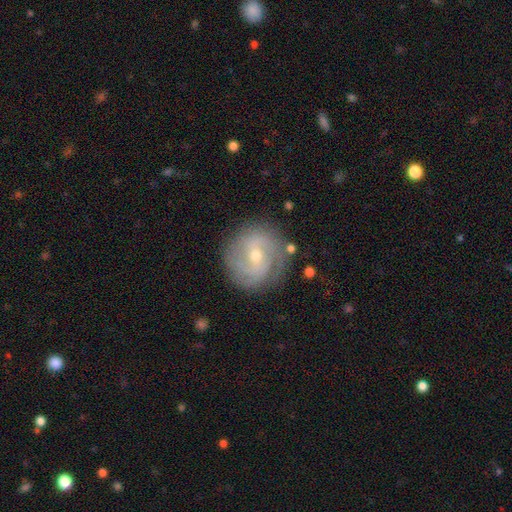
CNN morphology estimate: Q: Smooth or featured?
A: featured or disk (77%); runner-up: smooth (16%)
Q: Edge-on disk?
A: no (97%); runner-up: yes (3%)
Q: Bar?
A: weak (48%); runner-up: no (38%)
Q: Spiral arms?
A: yes (92%); runner-up: no (8%)
Q: Spiral winding?
A: tight (50%); runner-up: medium (37%)
Q: Spiral arm count?
A: 2 (44%); runner-up: can't tell (24%)
Q: Bulge size?
A: small (58%); runner-up: moderate (39%)
Q: Merging?
A: none (81%); runner-up: minor disturbance (13%)